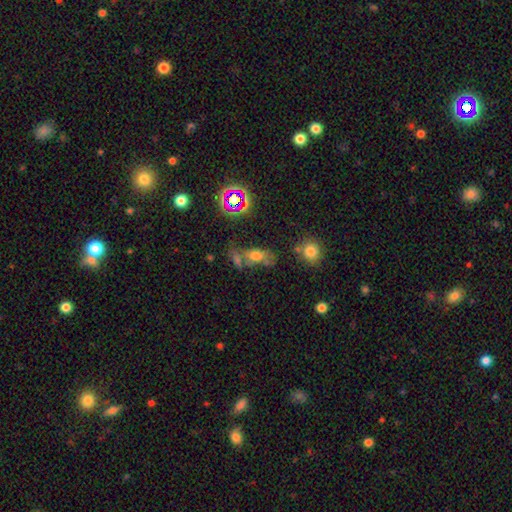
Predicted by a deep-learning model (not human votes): smooth 57%, star or artifact 21%, featured or disk 21%. Down the decision tree: how rounded — in between (75%); merging — none (41%).